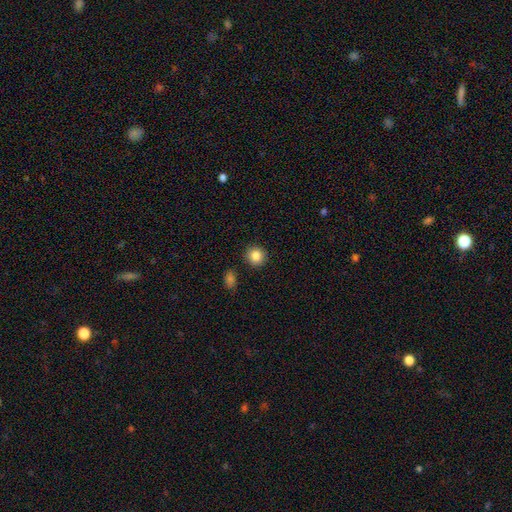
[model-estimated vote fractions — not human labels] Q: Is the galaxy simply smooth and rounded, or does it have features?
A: smooth — 86%.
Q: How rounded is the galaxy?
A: round — 89%.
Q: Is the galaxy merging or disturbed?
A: none — 89%.